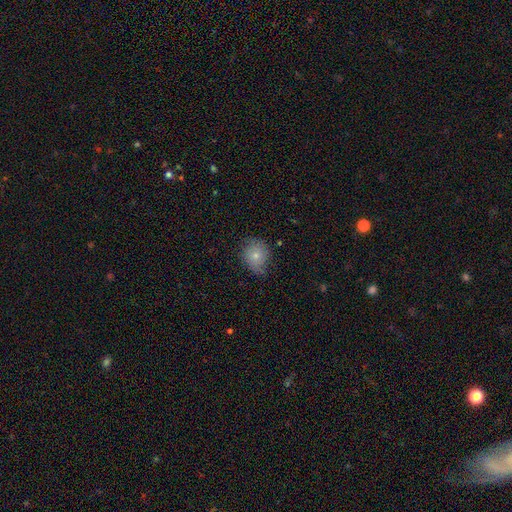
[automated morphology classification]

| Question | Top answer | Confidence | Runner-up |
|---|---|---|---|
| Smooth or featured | smooth | 71% | featured or disk (19%) |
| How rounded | round | 73% | in between (26%) |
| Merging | none | 65% | minor disturbance (27%) |